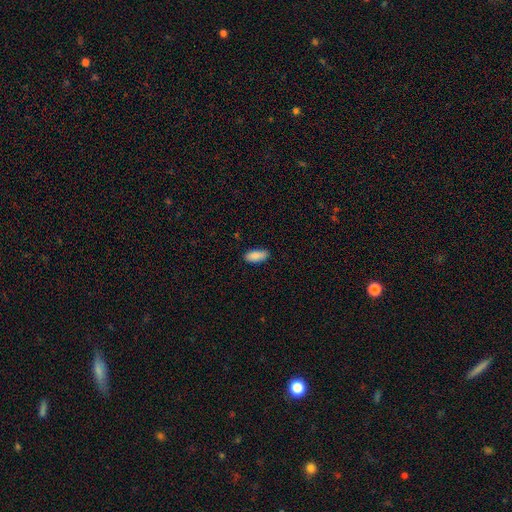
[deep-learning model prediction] Smooth or featured?
  - smooth: 89% *
  - star or artifact: 7%
  - featured or disk: 4%
How rounded?
  - in between: 87% *
  - cigar-shaped: 11%
  - round: 2%
Merging?
  - none: 81% *
  - minor disturbance: 16%
  - major disturbance: 2%
  - merger: 1%